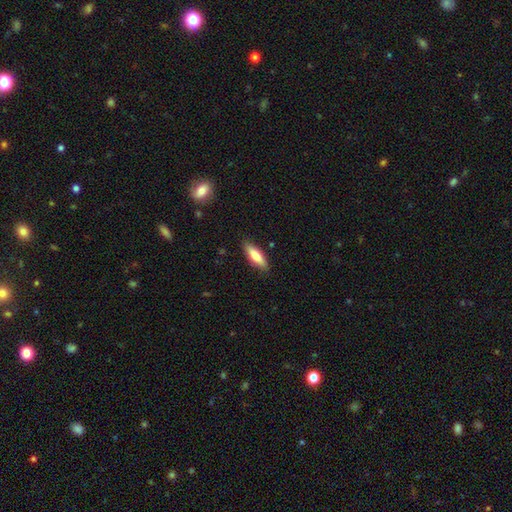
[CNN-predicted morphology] Smooth or featured?
  - smooth: 73% *
  - featured or disk: 21%
  - star or artifact: 6%
How rounded?
  - in between: 50% *
  - cigar-shaped: 48%
  - round: 2%
Merging?
  - none: 86% *
  - minor disturbance: 10%
  - major disturbance: 2%
  - merger: 1%